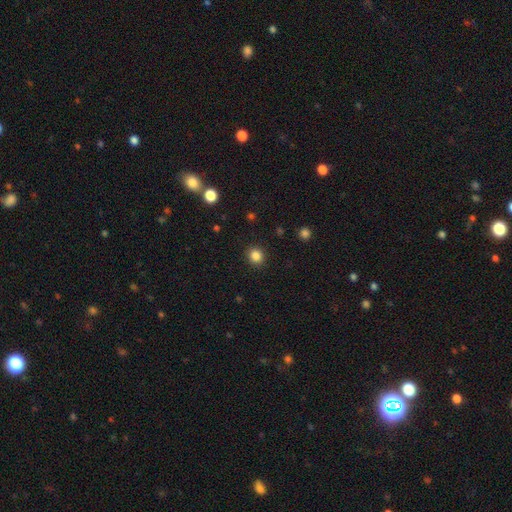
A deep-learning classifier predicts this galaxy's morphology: This appears to be a smooth galaxy with no disk features (85%) that is round (85%). Merging: none (91%).